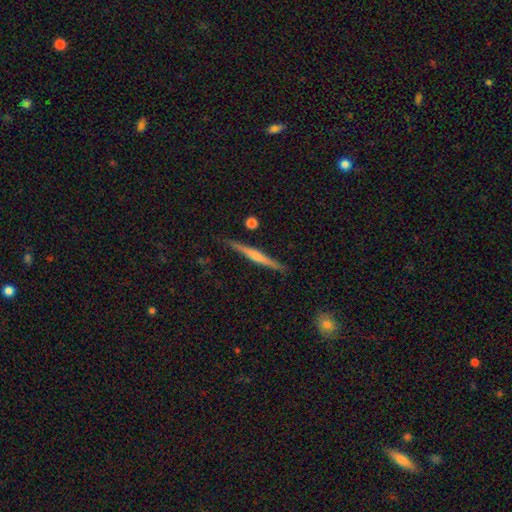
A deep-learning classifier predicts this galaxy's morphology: Smooth or featured? featured or disk (73%)
Edge-on disk? yes (98%)
Edge-on bulge? rounded (72%)
Merging? none (90%)